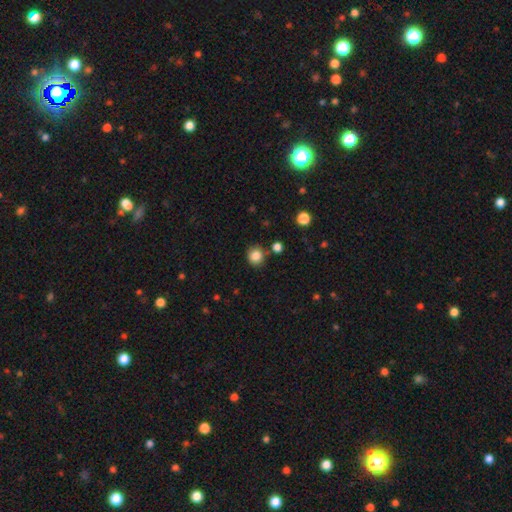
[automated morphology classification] Smooth or featured: smooth — 84% (star or artifact — 11%)
How rounded: round — 87% (in between — 12%)
Merging: none — 81% (minor disturbance — 9%)